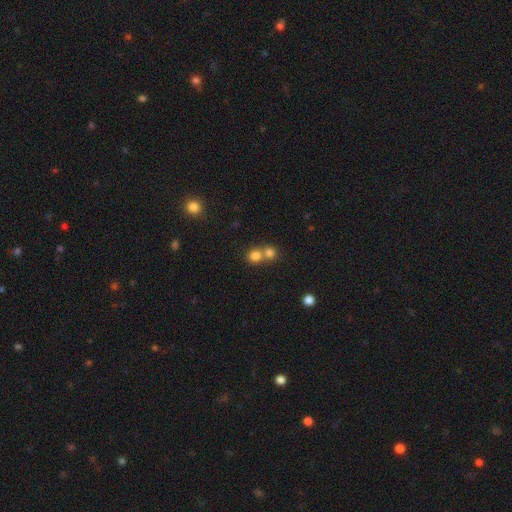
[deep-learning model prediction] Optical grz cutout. It shows a smooth galaxy with no disk features (79%) that is round (86%). Merging: merger (48%).